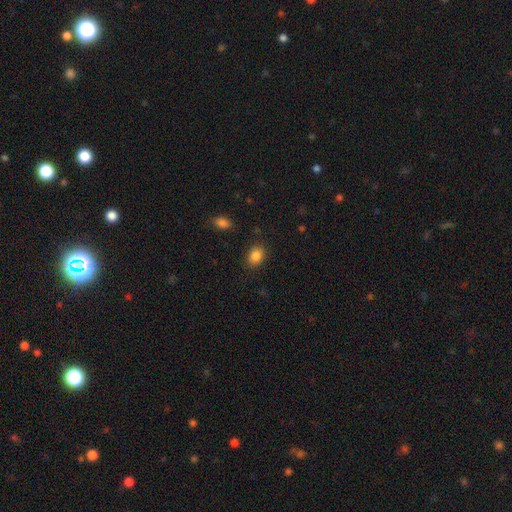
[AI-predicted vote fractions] Overall: smooth (86%). How rounded: in between (59%; round 40%). Merging: none (85%).